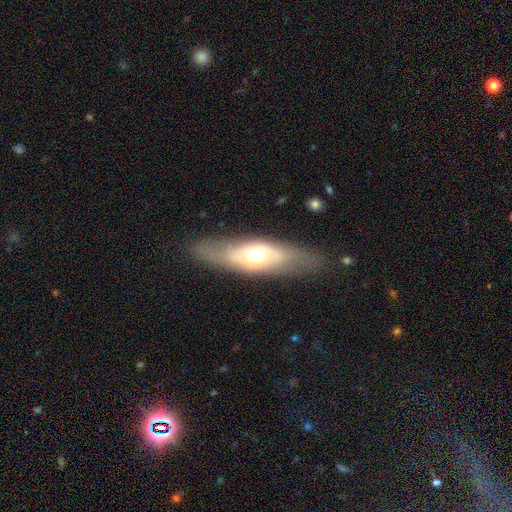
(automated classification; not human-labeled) This is possibly a featured or disk galaxy (55%). It is likely not viewed edge-on (66%). Merging: likely none (80%).